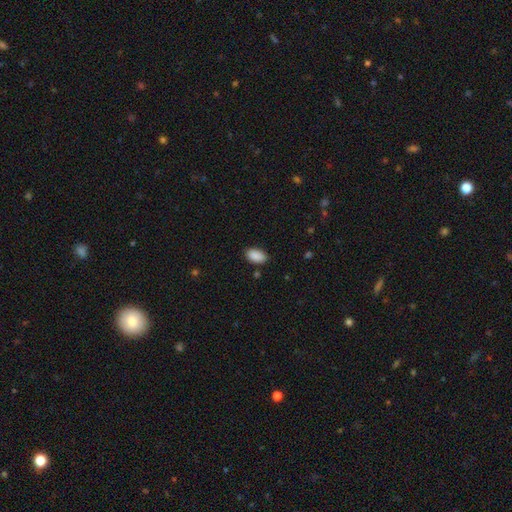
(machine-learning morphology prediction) type=smooth (90%); roundness=in between (94%); merging=none (84%).